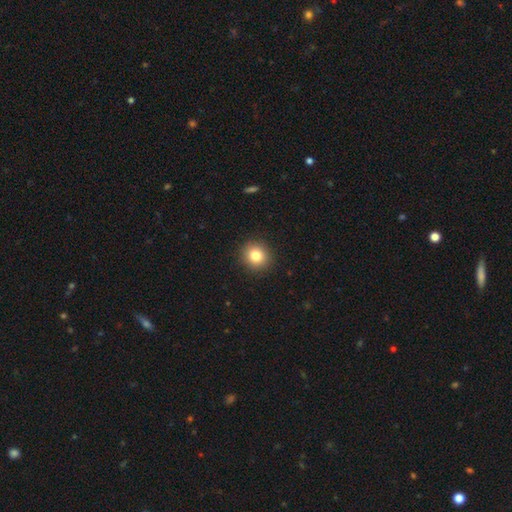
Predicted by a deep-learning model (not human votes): Morphology: type=smooth (82%); roundness=round (91%); merging=none (92%).